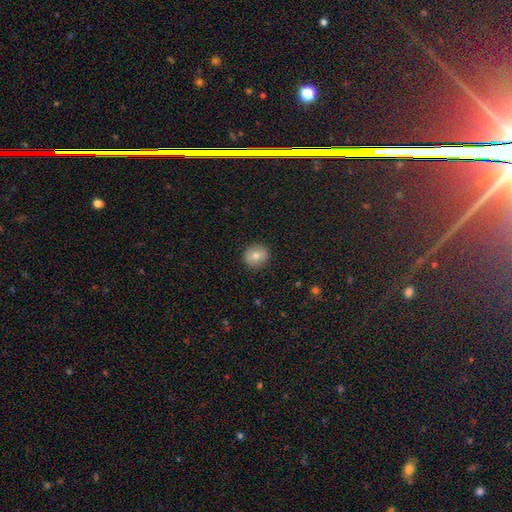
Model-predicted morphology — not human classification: A smooth galaxy with no disk features (71%) that is round (87%).

Vote fractions:
- Smooth or featured? smooth: 71% / featured or disk: 19% / star or artifact: 10%
- How rounded? round: 87% / in between: 11% / cigar-shaped: 1%
- Merging? none: 90% / minor disturbance: 7% / major disturbance: 2% / merger: 1%